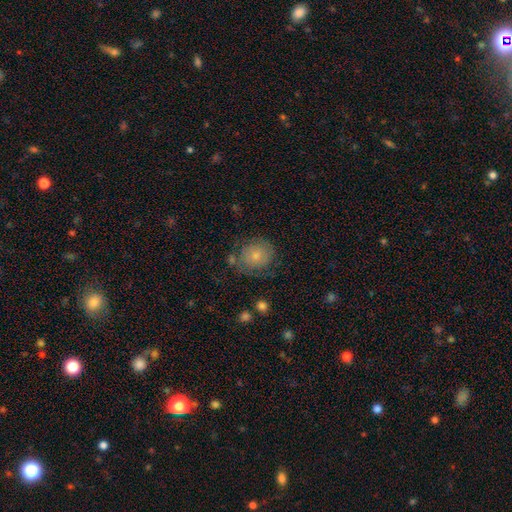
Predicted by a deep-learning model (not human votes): The model was most divided on "smooth or featured": smooth: 65%, featured or disk: 27%, star or artifact: 9%. More confident: how rounded — round (74%); merging — none (65%).